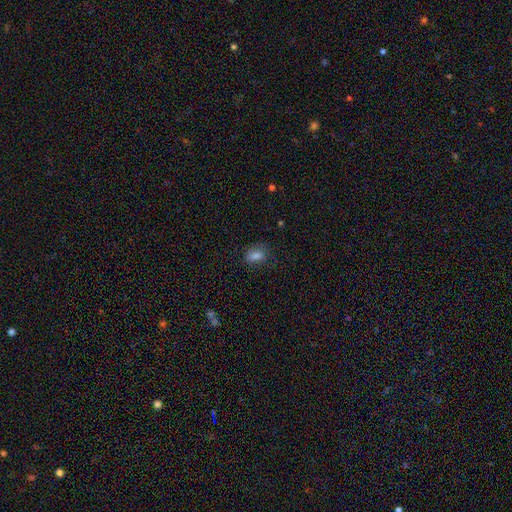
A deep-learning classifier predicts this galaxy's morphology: type=smooth (75%); roundness=in between (78%); merging=none (66%).